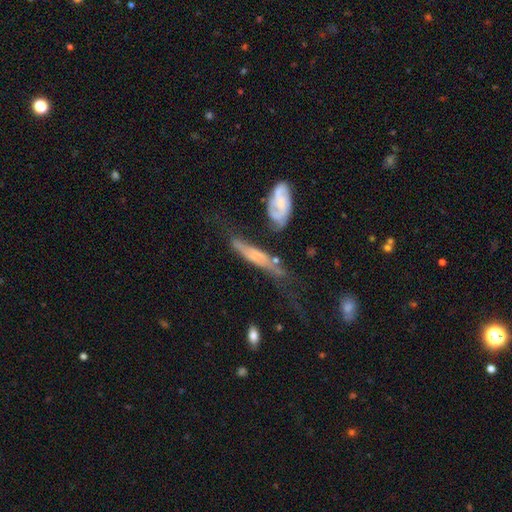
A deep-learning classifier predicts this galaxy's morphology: featured or disk 59%, smooth 32%, star or artifact 9%. Down the decision tree: edge-on disk — yes (60%); merging — none (33%).